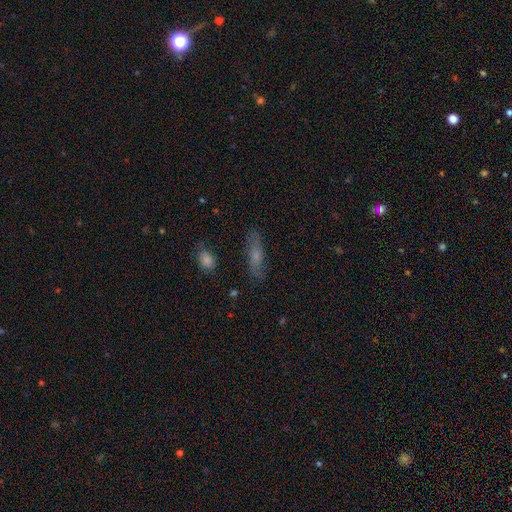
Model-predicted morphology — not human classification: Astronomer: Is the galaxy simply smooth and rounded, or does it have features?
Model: smooth — 55% (runner-up: featured or disk, 35%).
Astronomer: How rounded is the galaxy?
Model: cigar-shaped — 58% (runner-up: in between, 38%).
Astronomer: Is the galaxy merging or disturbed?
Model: none — 83%.